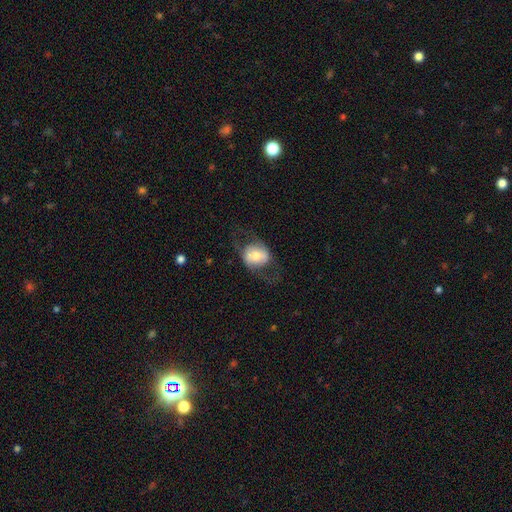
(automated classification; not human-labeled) smooth-or-featured: smooth: 48% | featured or disk: 45% | star or artifact: 7%
  merging: none: 58% | major disturbance: 22% | minor disturbance: 18% | merger: 1%